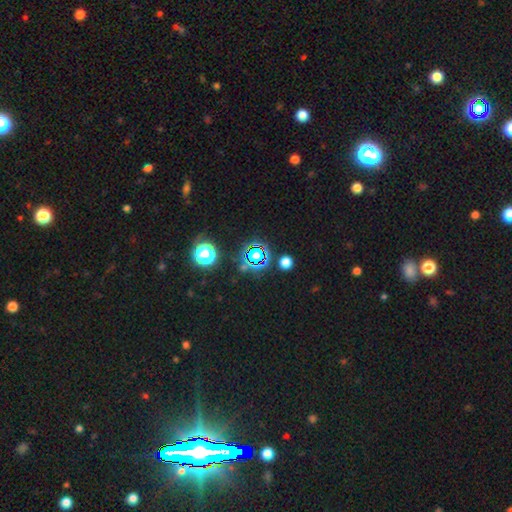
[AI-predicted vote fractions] A star or artifact, not a galaxy (66%).